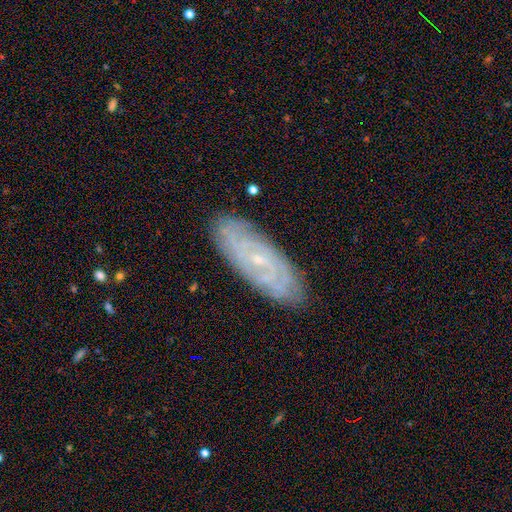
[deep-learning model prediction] Overall: featured or disk (75%). Edge-on disk: no (86%). Bar: no (67%). Spiral arms: yes (93%). Spiral arm count: can't tell (43%; 2 23%). Spiral winding: tight (72%). Bulge size: small (83%). Merging: none (86%).